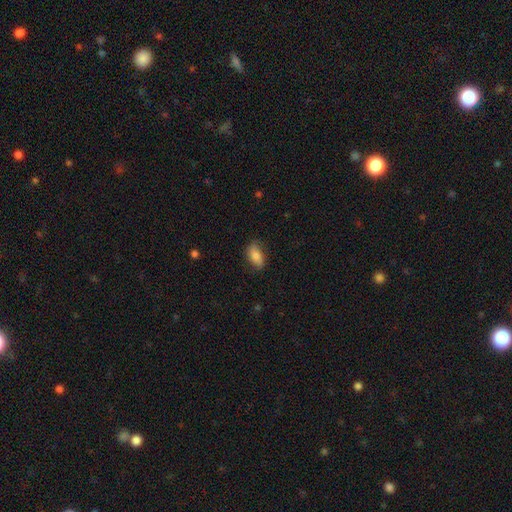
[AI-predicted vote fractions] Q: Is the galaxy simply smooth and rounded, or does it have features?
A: smooth — 75%.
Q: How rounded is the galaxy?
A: in between — 89%.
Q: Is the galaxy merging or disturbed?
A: none — 73%.